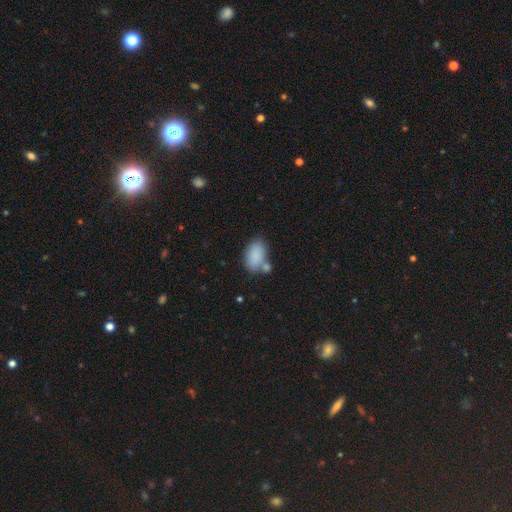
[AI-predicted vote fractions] Overall: smooth (86%). How rounded: in between (91%). Merging: none (54%; merger 23%).